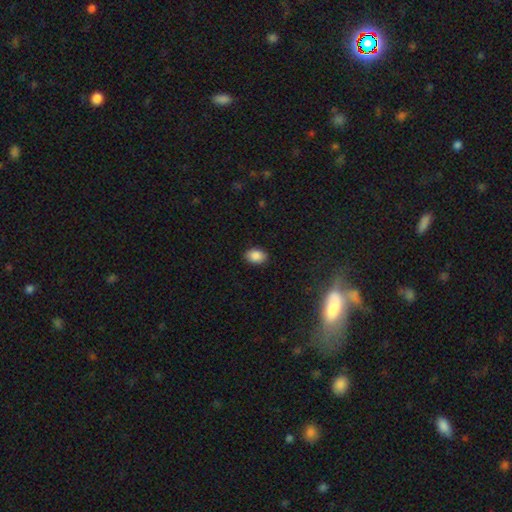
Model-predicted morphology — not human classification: Q: Smooth or featured?
A: smooth (88%); runner-up: star or artifact (8%)
Q: How rounded?
A: in between (81%); runner-up: round (18%)
Q: Merging?
A: none (89%); runner-up: minor disturbance (8%)